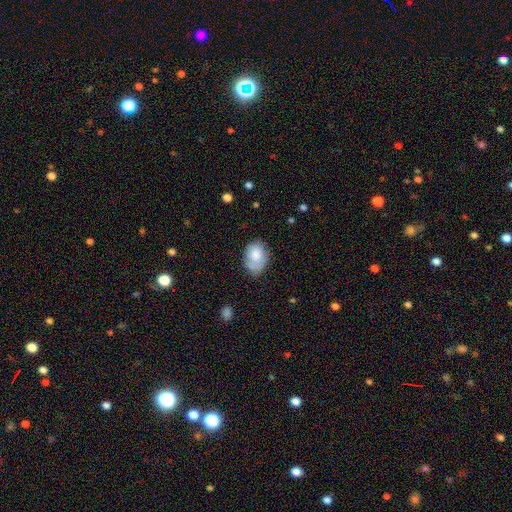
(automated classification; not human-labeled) smooth_or_featured: smooth (p=0.79) [alt: featured or disk p=0.15]
how_rounded: in between (p=0.82) [alt: round p=0.17]
merging: none (p=0.60) [alt: minor disturbance p=0.28]